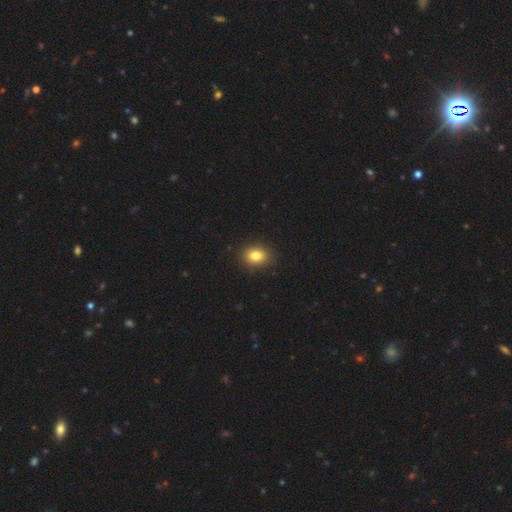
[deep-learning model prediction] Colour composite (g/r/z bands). It shows a smooth galaxy with no disk features (82%) that is in between round and cigar-shaped (53%). Merging: none (89%).